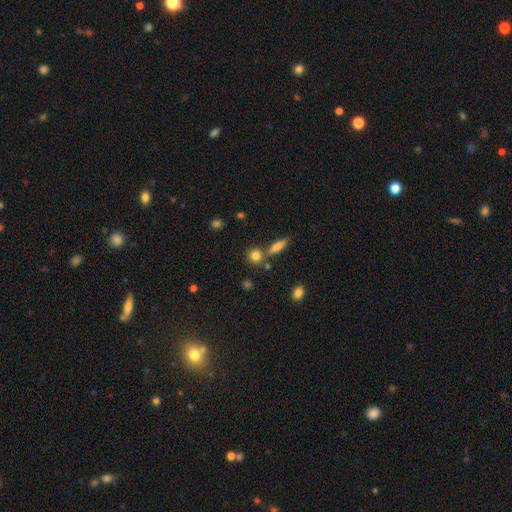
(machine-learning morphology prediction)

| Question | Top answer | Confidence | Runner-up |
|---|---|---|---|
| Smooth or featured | smooth | 81% | star or artifact (11%) |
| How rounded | round | 78% | in between (17%) |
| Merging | none | 67% | merger (21%) |